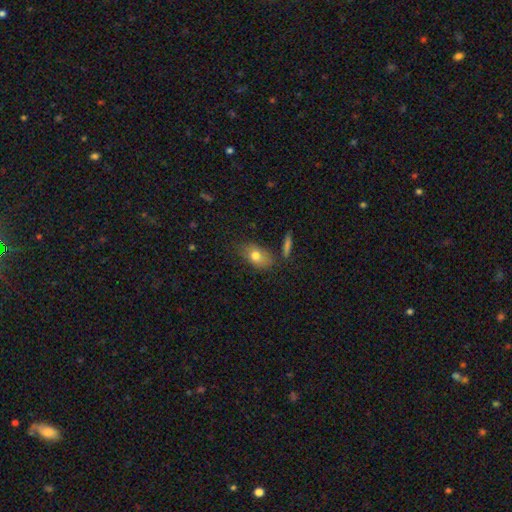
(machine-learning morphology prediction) smooth-or-featured: smooth: 75% | featured or disk: 16% | star or artifact: 9%
  how-rounded: in between: 81% | round: 15% | cigar-shaped: 4%
  merging: none: 66% | minor disturbance: 21% | major disturbance: 7% | merger: 6%